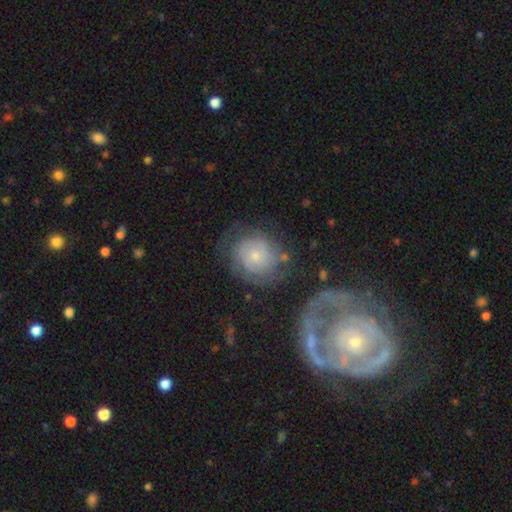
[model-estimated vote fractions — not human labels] A featured or disk galaxy (53%) with no bar (79%), spiral arms (79%) and a small central bulge (67%). Merging: none (60%).